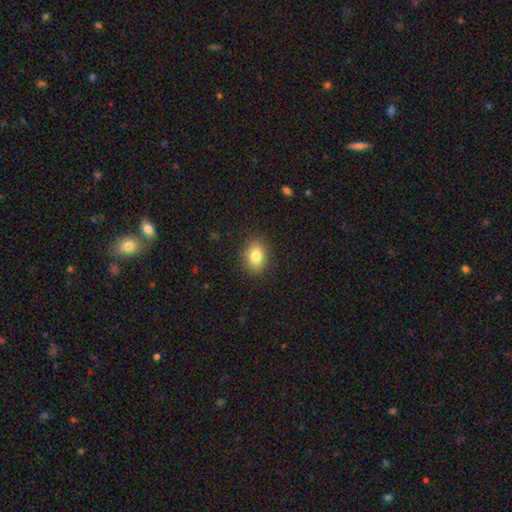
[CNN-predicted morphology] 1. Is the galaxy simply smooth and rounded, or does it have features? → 82% smooth, 10% star or artifact, 9% featured or disk.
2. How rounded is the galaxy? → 65% in between, 34% round, 1% cigar-shaped.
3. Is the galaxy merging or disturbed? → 88% none, 9% minor disturbance, 3% major disturbance, 1% merger.